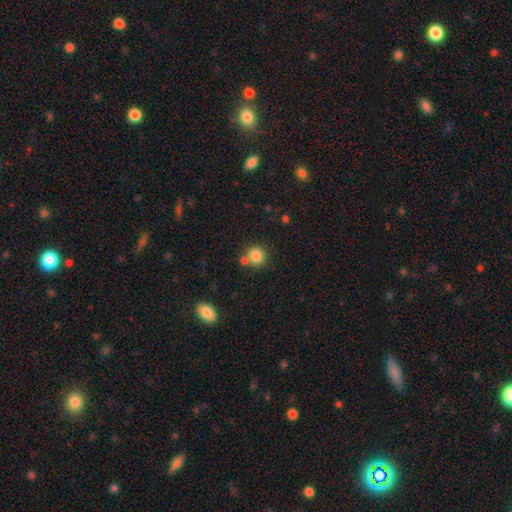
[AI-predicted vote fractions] smooth-or-featured: smooth: 84% | star or artifact: 11% | featured or disk: 6%
  how-rounded: round: 88% | in between: 11% | cigar-shaped: 1%
  merging: none: 65% | merger: 22% | minor disturbance: 10% | major disturbance: 3%